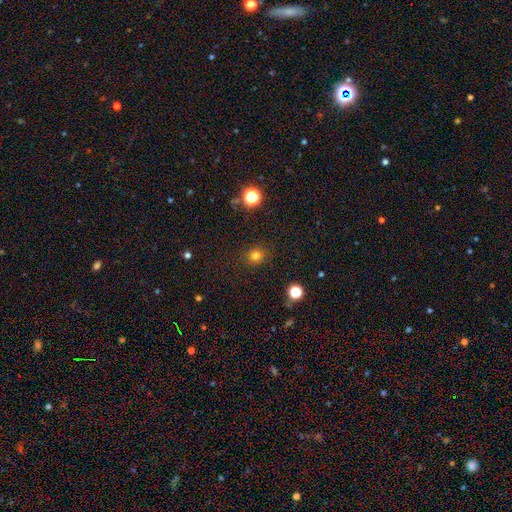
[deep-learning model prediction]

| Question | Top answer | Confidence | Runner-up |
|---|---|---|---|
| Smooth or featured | smooth | 78% | star or artifact (17%) |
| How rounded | round | 82% | in between (17%) |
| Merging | none | 88% | minor disturbance (8%) |